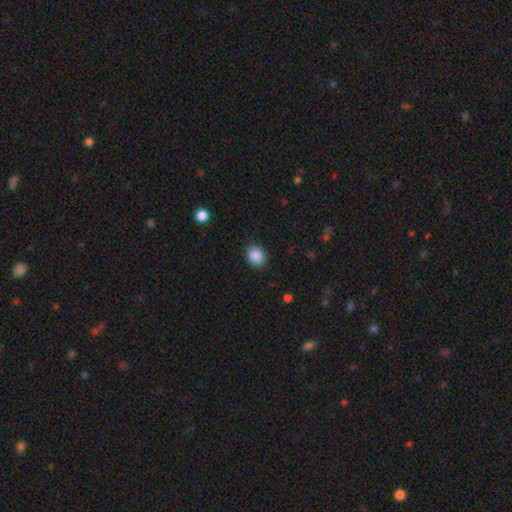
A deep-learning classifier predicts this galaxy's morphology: smooth 88%, star or artifact 9%, featured or disk 3%. Down the decision tree: how rounded — round (64%); merging — none (87%).